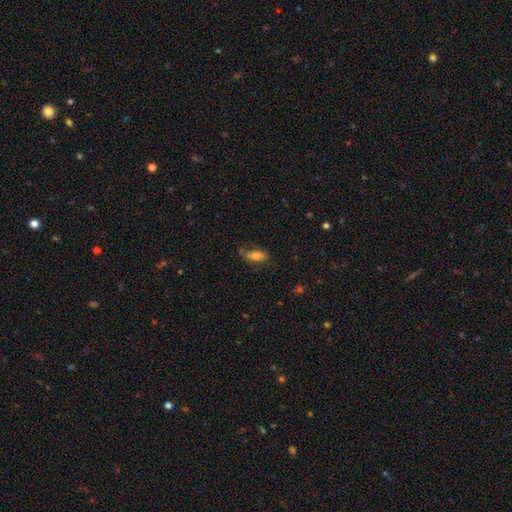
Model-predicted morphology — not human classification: A smooth galaxy with no disk features (73%) that is in between round and cigar-shaped (82%). Merging: none (69%).